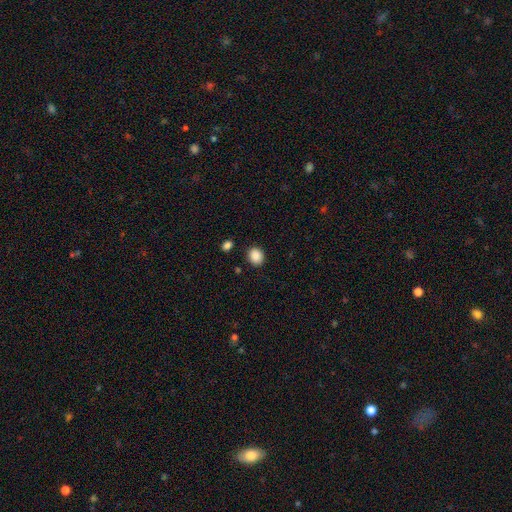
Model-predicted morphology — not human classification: The model was most divided on "how rounded": round: 66%, in between: 33%, cigar-shaped: 1%. More confident: smooth or featured — smooth (89%); merging — none (87%).